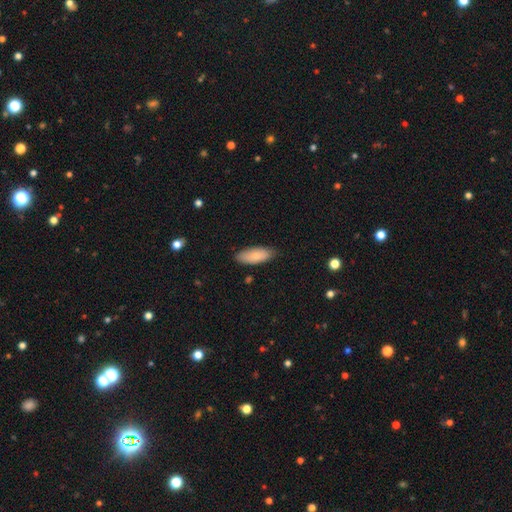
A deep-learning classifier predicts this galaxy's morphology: smooth_or_featured: smooth (p=0.83) [alt: featured or disk p=0.11]
how_rounded: in between (p=0.80) [alt: cigar-shaped p=0.19]
merging: none (p=0.82) [alt: minor disturbance p=0.15]